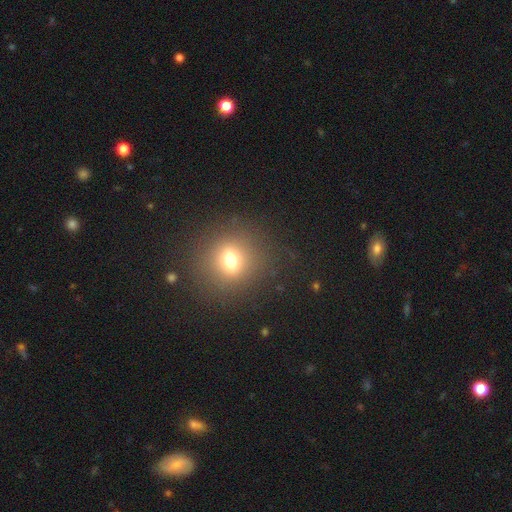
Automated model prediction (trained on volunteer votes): smooth_or_featured: smooth (p=0.65) [alt: star or artifact p=0.26]
how_rounded: round (p=0.87) [alt: in between p=0.12]
merging: none (p=0.90) [alt: minor disturbance p=0.06]